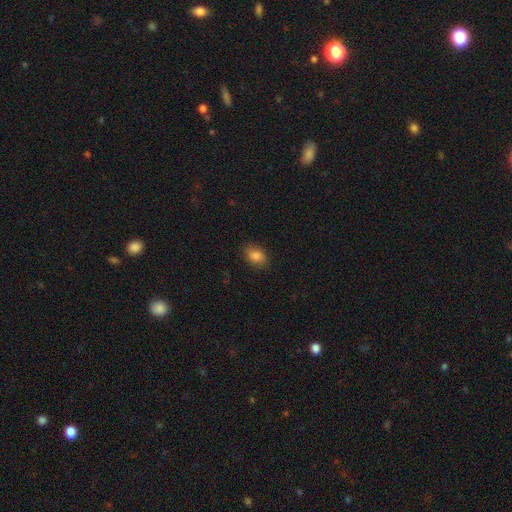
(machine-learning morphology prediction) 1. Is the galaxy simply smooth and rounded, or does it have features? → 84% smooth, 9% star or artifact, 7% featured or disk.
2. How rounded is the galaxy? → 76% in between, 22% round, 1% cigar-shaped.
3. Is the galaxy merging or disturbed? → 83% none, 13% minor disturbance, 3% major disturbance, 1% merger.